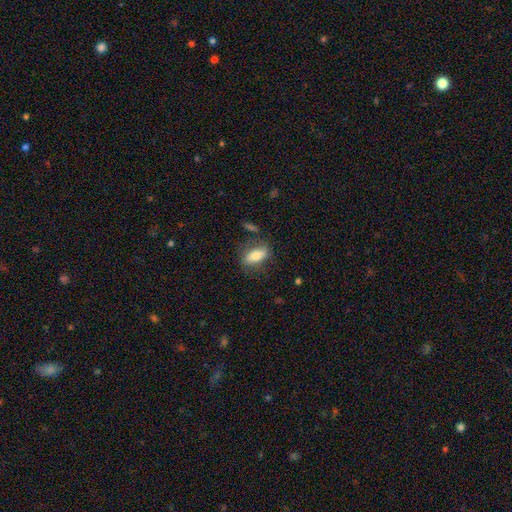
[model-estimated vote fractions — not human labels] A smooth galaxy with no disk features (71%) that is in between round and cigar-shaped (82%). Merging: none (69%).